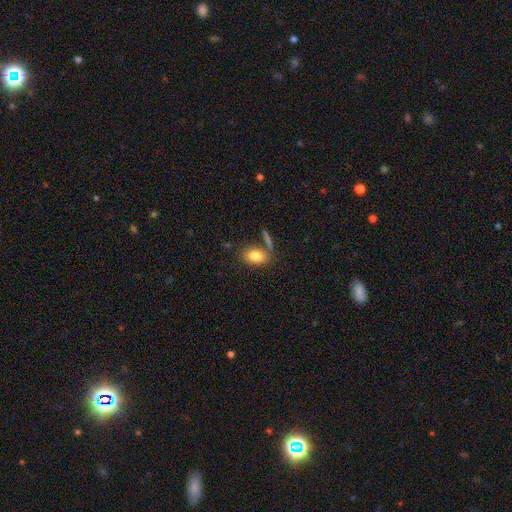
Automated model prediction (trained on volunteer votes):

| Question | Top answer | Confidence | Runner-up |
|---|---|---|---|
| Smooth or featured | smooth | 80% | featured or disk (11%) |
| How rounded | in between | 84% | round (13%) |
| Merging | none | 66% | merger (15%) |